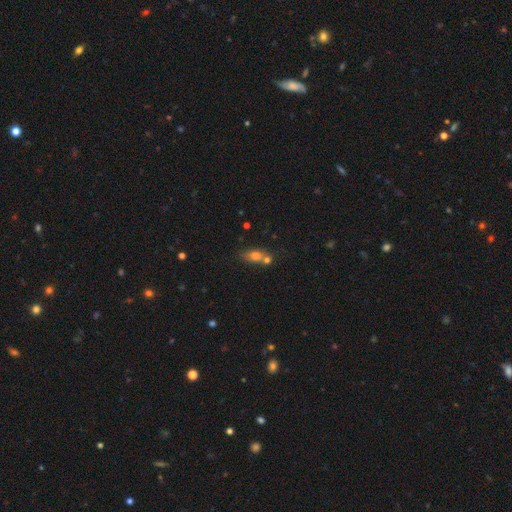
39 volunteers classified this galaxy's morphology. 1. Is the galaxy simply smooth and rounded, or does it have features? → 85% smooth, 8% featured or disk, 8% star or artifact.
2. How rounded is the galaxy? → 79% in between, 18% round, 3% cigar-shaped.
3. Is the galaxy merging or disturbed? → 44% none, 36% merger, 14% minor disturbance, 6% major disturbance.